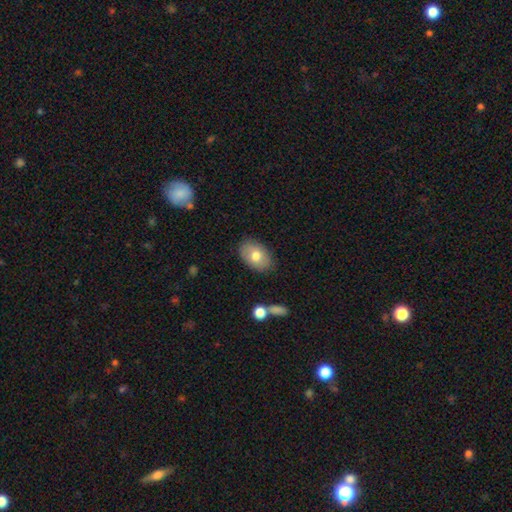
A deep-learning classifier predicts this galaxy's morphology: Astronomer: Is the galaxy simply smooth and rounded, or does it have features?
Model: smooth — 72%.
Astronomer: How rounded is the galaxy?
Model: in between — 87%.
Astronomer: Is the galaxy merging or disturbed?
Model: none — 83%.